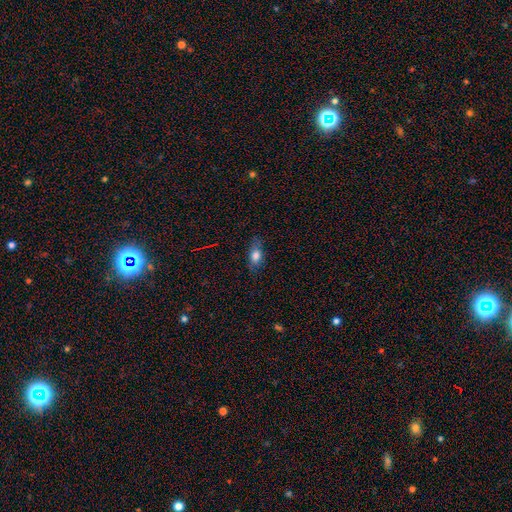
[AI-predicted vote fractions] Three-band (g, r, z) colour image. It shows a smooth galaxy with no disk features (76%) that is in between round and cigar-shaped (79%). Merging: none (74%).